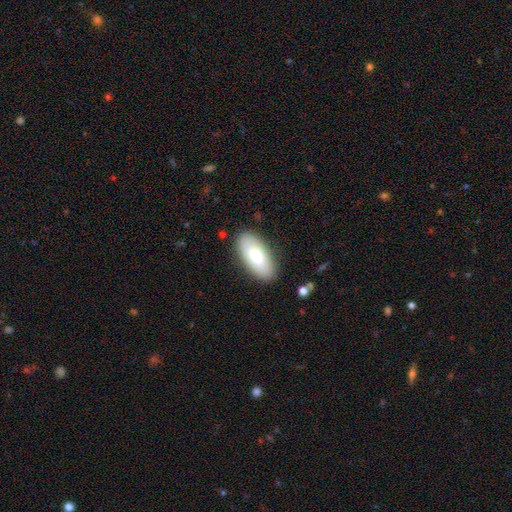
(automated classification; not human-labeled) This is likely a smooth galaxy (75%). How rounded: clearly in between (91%). Merging: clearly none (86%).